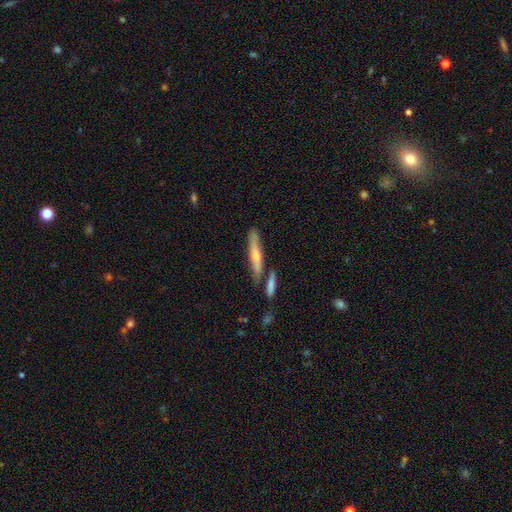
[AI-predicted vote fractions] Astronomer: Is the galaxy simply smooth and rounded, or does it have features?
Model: smooth — 53% (runner-up: featured or disk, 41%).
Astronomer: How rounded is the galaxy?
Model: cigar-shaped — 88%.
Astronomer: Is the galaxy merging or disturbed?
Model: none — 69%.